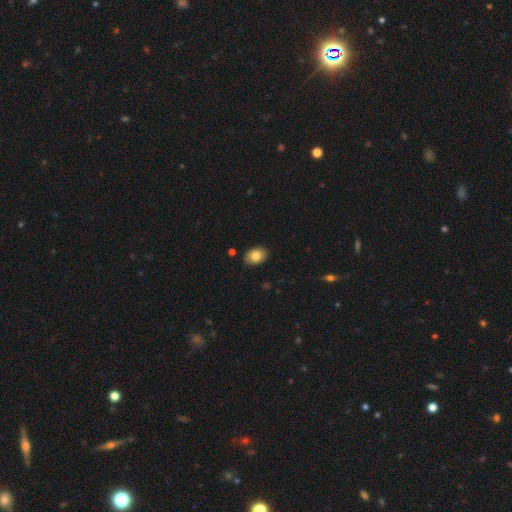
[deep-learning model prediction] Smooth or featured? smooth (84%)
How rounded? in between (78%)
Merging? none (87%)